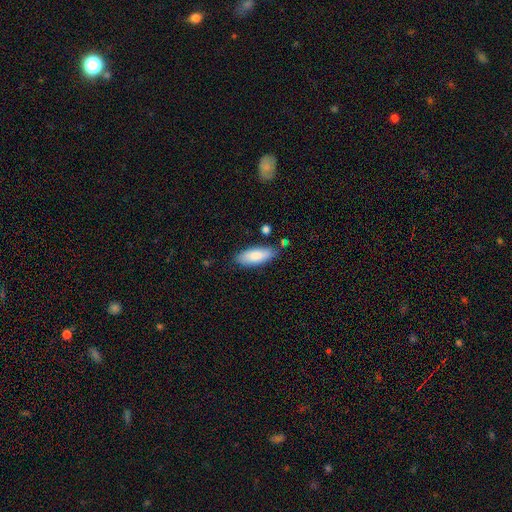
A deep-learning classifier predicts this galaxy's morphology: Smooth or featured: smooth — 84% (featured or disk — 10%)
How rounded: in between — 75% (cigar-shaped — 23%)
Merging: none — 76% (minor disturbance — 17%)